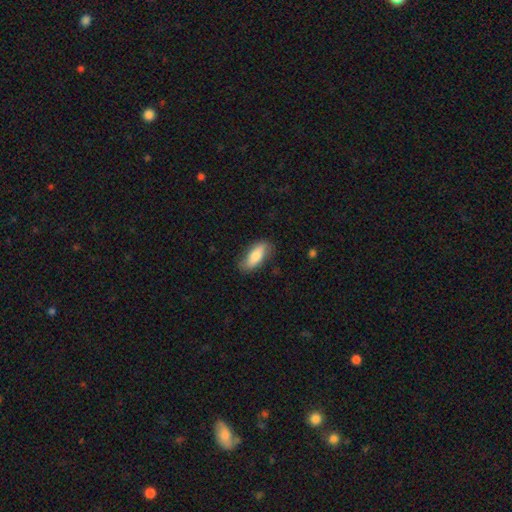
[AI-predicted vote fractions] A smooth galaxy with no disk features (74%) that is in between round and cigar-shaped (77%). Merging: none (77%).